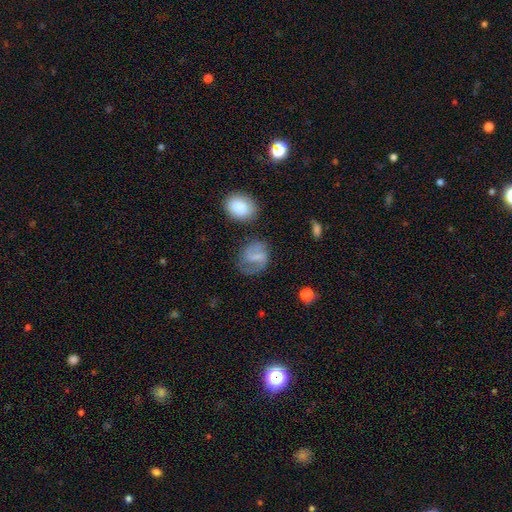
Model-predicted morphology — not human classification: Smooth or featured: featured or disk — 52% (smooth — 39%)
Edge-on disk: no — 97% (yes — 3%)
Bar: weak — 47% (strong — 27%)
Spiral arms: yes — 82% (no — 18%)
Bulge size: none — 57% (small — 23%)
Merging: none — 57% (minor disturbance — 23%)